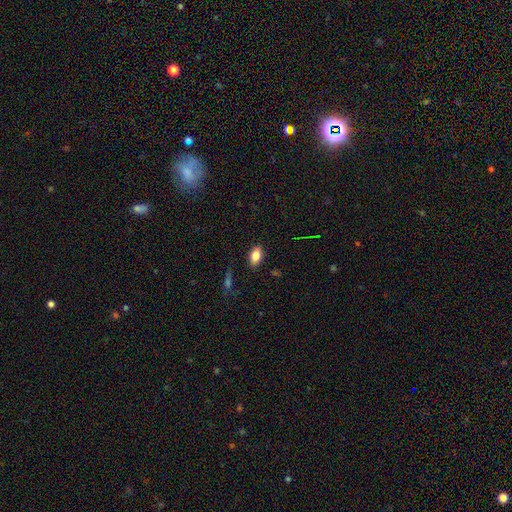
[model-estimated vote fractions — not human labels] Smooth or featured? smooth (83%)
How rounded? in between (90%)
Merging? none (85%)